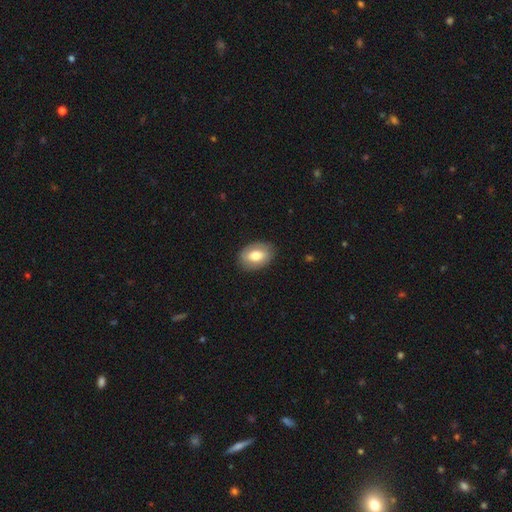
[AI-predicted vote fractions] Q: Smooth or featured?
A: smooth (69%); runner-up: featured or disk (24%)
Q: How rounded?
A: in between (83%); runner-up: round (15%)
Q: Merging?
A: none (85%); runner-up: minor disturbance (11%)